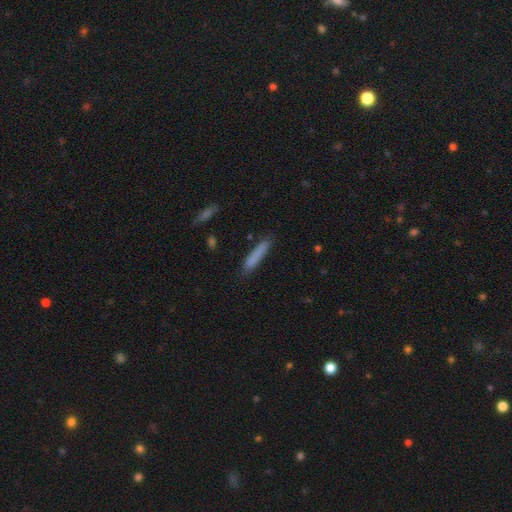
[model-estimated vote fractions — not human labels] Smooth or featured? Predicted: smooth (p=0.80). How rounded? Predicted: cigar-shaped (p=0.91). Merging? Predicted: none (p=0.82).